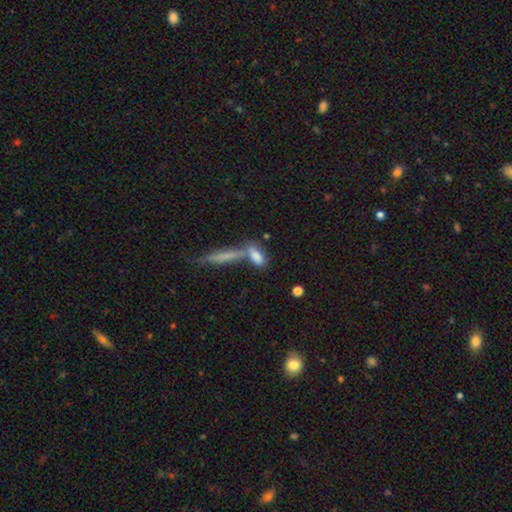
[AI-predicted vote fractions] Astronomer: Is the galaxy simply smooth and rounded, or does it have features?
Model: smooth — 75%.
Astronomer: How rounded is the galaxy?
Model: in between — 62%.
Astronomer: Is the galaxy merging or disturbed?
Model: merger — 42% (runner-up: none, 40%).